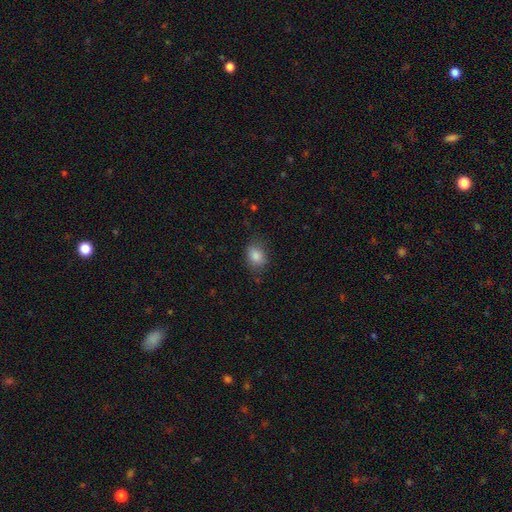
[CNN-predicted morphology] Smooth or featured?
  - smooth: 85% *
  - star or artifact: 9%
  - featured or disk: 6%
How rounded?
  - in between: 67% *
  - round: 32%
  - cigar-shaped: 1%
Merging?
  - none: 74% *
  - minor disturbance: 19%
  - major disturbance: 5%
  - merger: 1%